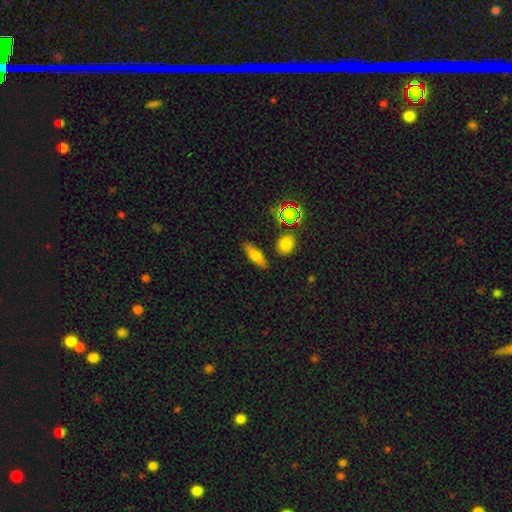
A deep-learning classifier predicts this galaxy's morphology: The model was most divided on "how rounded": in between: 50%, cigar-shaped: 45%, round: 5%. More confident: merging — none (83%); smooth or featured — smooth (67%).